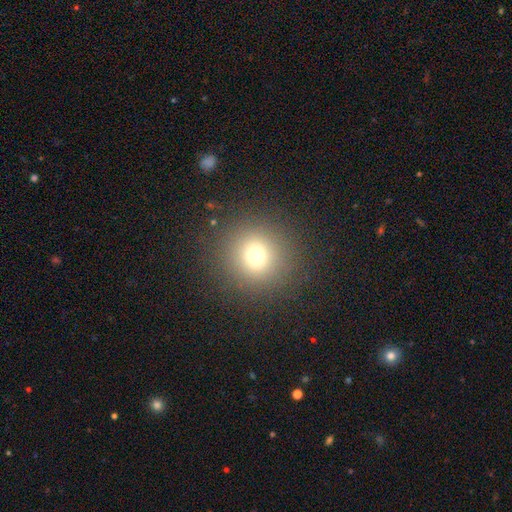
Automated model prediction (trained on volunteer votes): Smooth or featured?
  - smooth: 73% *
  - star or artifact: 17%
  - featured or disk: 10%
How rounded?
  - round: 92% *
  - in between: 7%
  - cigar-shaped: 1%
Merging?
  - none: 89% *
  - minor disturbance: 6%
  - major disturbance: 4%
  - merger: 1%